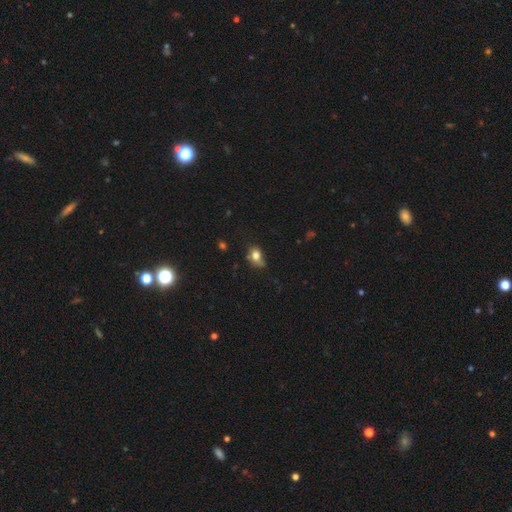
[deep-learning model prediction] Overall: smooth (76%). How rounded: in between (58%; round 40%). Merging: none (44%; minor disturbance 36%).